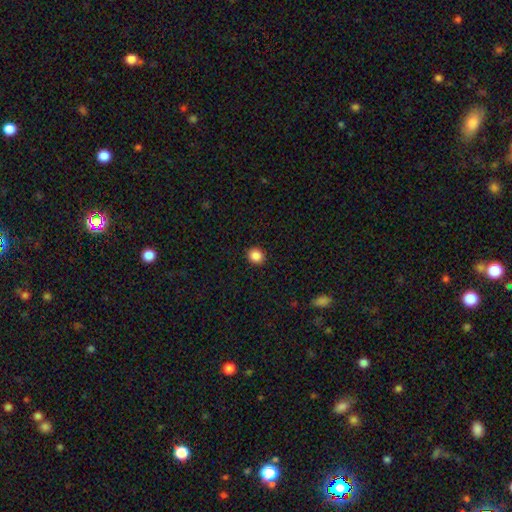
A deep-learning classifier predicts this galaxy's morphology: The model was most divided on "how rounded": round: 79%, in between: 20%, cigar-shaped: 1%. More confident: merging — none (92%); smooth or featured — smooth (88%).